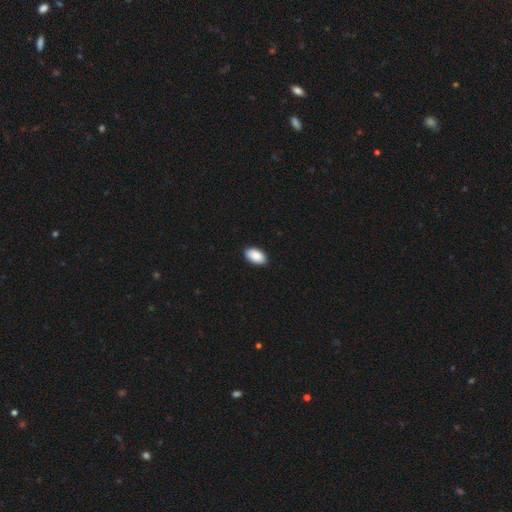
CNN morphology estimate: Smooth or featured? smooth (89%)
How rounded? in between (95%)
Merging? none (88%)